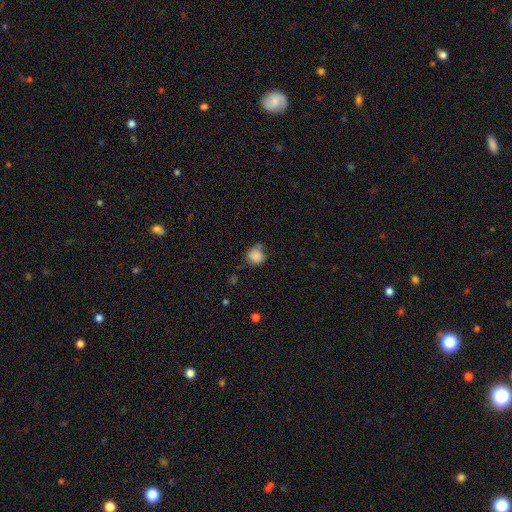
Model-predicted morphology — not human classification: Q: Smooth or featured?
A: smooth (84%); runner-up: star or artifact (10%)
Q: How rounded?
A: round (85%); runner-up: in between (14%)
Q: Merging?
A: none (58%); runner-up: minor disturbance (27%)